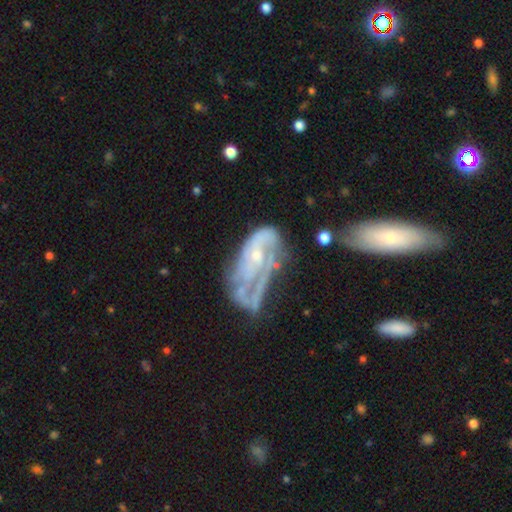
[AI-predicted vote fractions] Smooth or featured: featured or disk — 73% (smooth — 19%)
Edge-on disk: no — 95% (yes — 5%)
Bar: no — 73% (weak — 22%)
Spiral arms: yes — 66% (no — 34%)
Bulge size: small — 63% (moderate — 25%)
Merging: major disturbance — 37% (none — 25%)